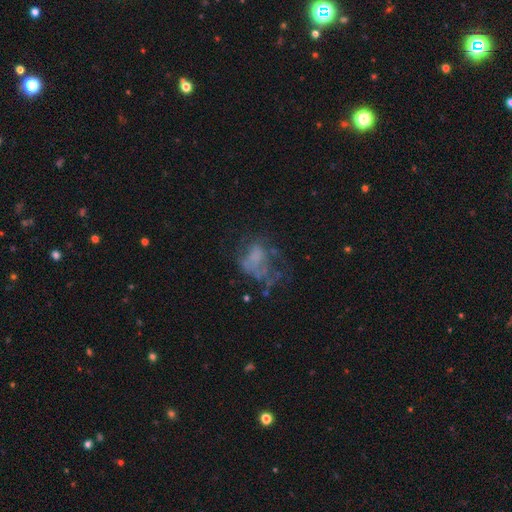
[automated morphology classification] A featured or disk galaxy (51%) with no bar (88%), no spiral arms (82%) and no central bulge (70%).

Vote fractions:
- Smooth or featured? featured or disk: 51% / smooth: 31% / star or artifact: 18%
- Edge-on disk? no: 98% / yes: 2%
- Bar? no: 88% / weak: 10% / strong: 2%
- Spiral arms? no: 82% / yes: 18%
- Bulge size? none: 70% / moderate: 12% / small: 11% / large: 5% / dominant: 2%
- Merging? major disturbance: 42% / none: 32% / minor disturbance: 19% / merger: 7%